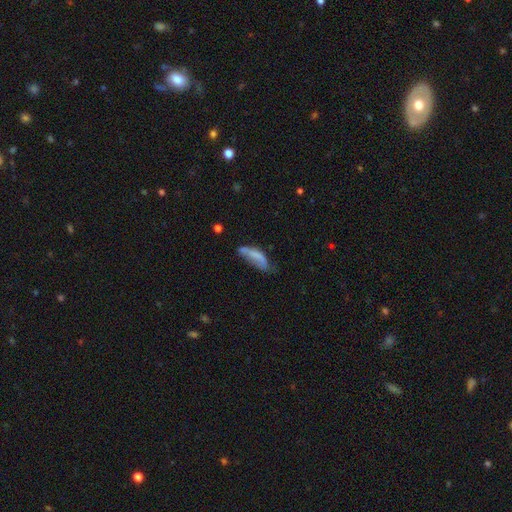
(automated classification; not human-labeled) Morphology: type=smooth (60%); roundness=in between (59%); merging=minor disturbance (32%).